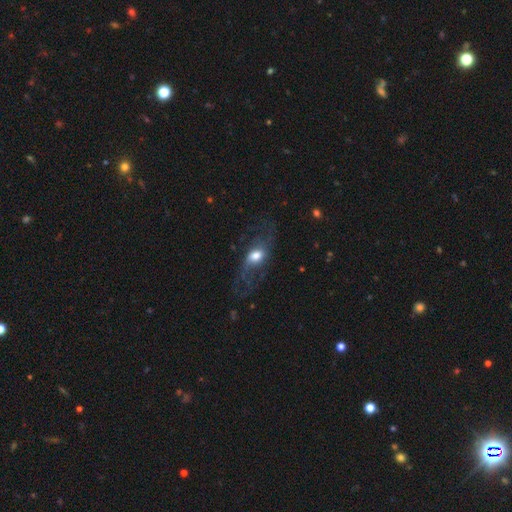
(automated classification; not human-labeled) A featured or disk galaxy (53%).

Vote fractions:
- Smooth or featured? featured or disk: 53% / smooth: 37% / star or artifact: 10%
- Edge-on disk? no: 89% / yes: 11%
- Merging? none: 46% / major disturbance: 32% / minor disturbance: 19% / merger: 2%